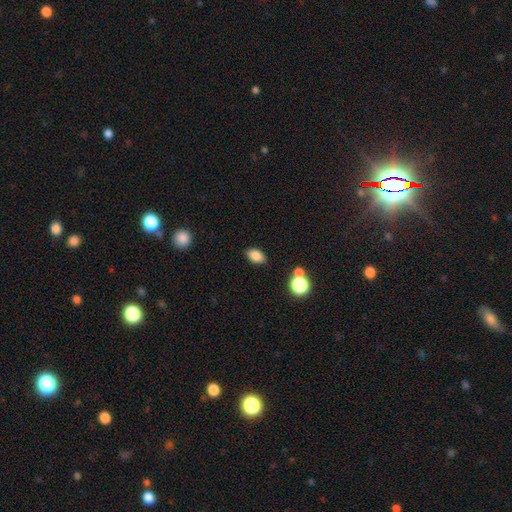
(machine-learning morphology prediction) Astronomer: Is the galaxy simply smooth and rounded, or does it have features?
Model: smooth — 84%.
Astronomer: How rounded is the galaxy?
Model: in between — 87%.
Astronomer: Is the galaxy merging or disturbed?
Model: none — 83%.